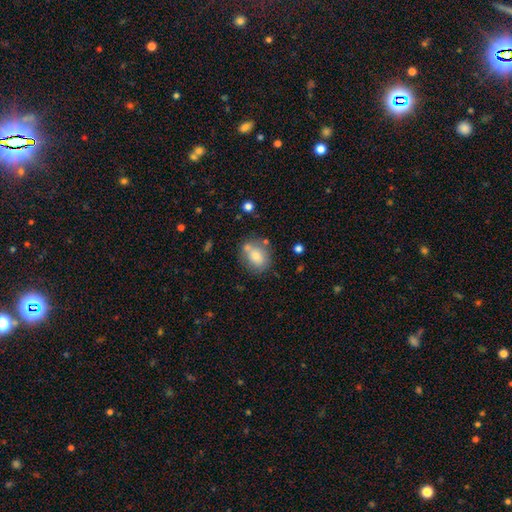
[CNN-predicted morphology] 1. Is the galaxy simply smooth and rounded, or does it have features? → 73% smooth, 19% featured or disk, 9% star or artifact.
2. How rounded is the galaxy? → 50% round, 49% in between, 1% cigar-shaped.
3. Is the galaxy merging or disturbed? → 62% none, 18% minor disturbance, 14% merger, 6% major disturbance.